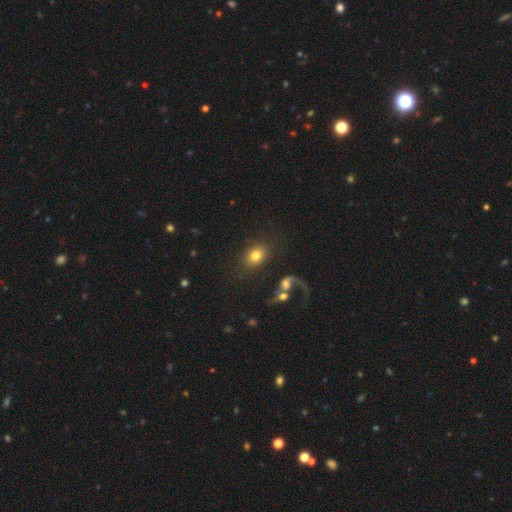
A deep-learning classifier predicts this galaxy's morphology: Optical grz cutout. It shows a smooth galaxy with no disk features (75%) that is in between round and cigar-shaped (60%). Merging: none (70%).